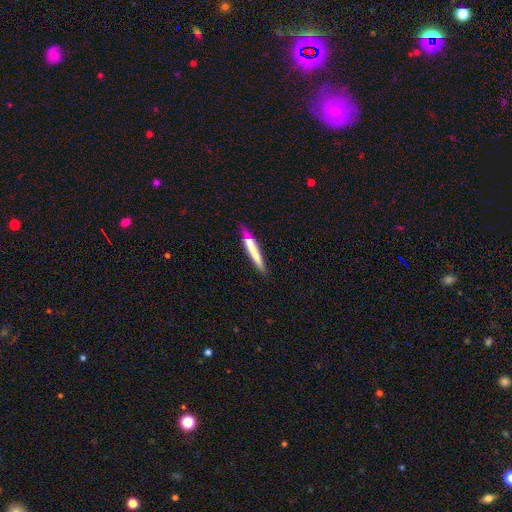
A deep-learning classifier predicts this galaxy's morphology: smooth_or_featured: smooth (p=0.59) [alt: featured or disk p=0.35]
how_rounded: cigar-shaped (p=0.95) [alt: in between p=0.04]
merging: none (p=0.74) [alt: minor disturbance p=0.17]